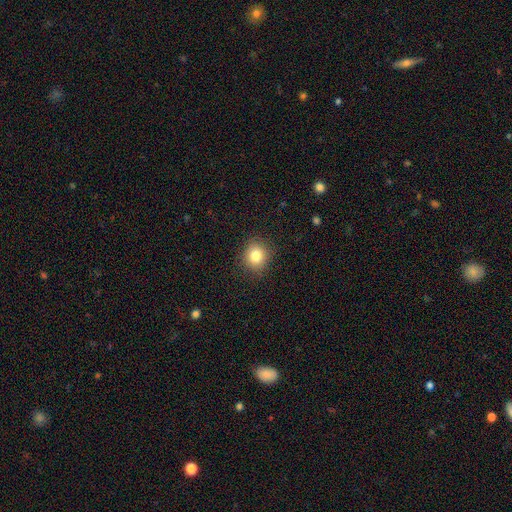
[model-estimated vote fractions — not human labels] smooth_or_featured: smooth (p=0.82) [alt: star or artifact p=0.11]
how_rounded: round (p=0.79) [alt: in between p=0.20]
merging: none (p=0.89) [alt: minor disturbance p=0.08]